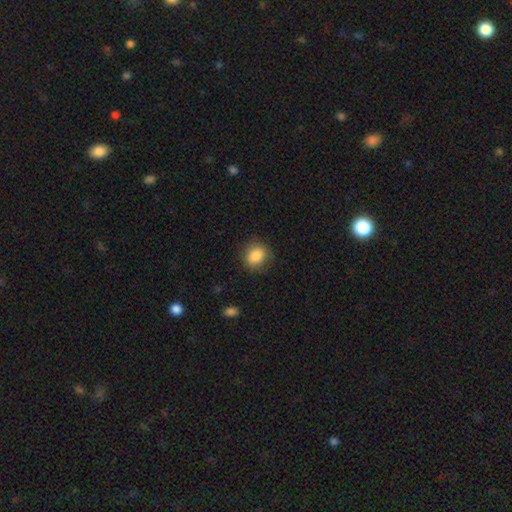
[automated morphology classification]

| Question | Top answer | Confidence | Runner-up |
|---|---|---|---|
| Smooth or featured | smooth | 86% | star or artifact (9%) |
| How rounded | round | 66% | in between (33%) |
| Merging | none | 80% | minor disturbance (15%) |